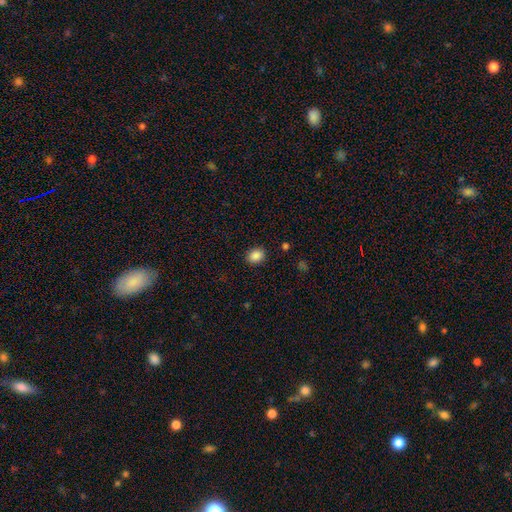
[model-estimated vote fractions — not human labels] Smooth or featured? smooth (87%)
How rounded? in between (57%)
Merging? none (89%)